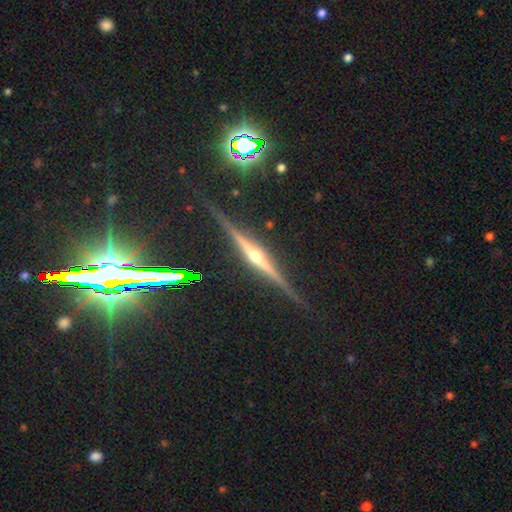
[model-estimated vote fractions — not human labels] This is clearly a featured or disk galaxy (82%). It is clearly viewed edge-on (97%). Edge-on bulge: clearly rounded (90%). Merging: clearly none (89%).